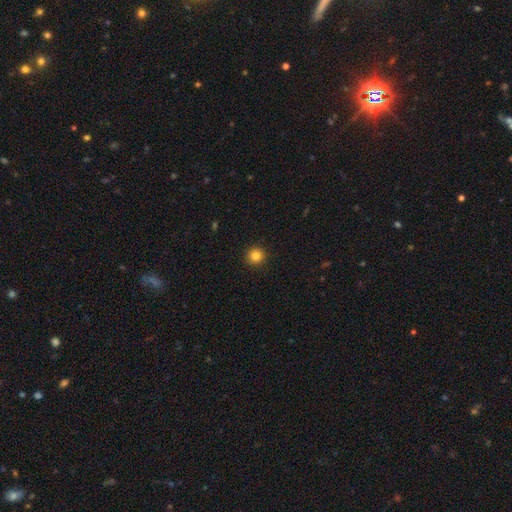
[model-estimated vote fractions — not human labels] Smooth or featured? smooth (84%)
How rounded? round (95%)
Merging? none (93%)